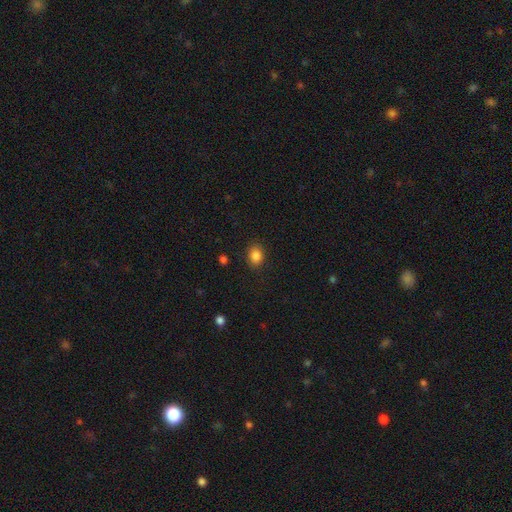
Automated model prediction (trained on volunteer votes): This appears to be a smooth galaxy with no disk features (86%) that is in between round and cigar-shaped (56%). Merging: none (86%).